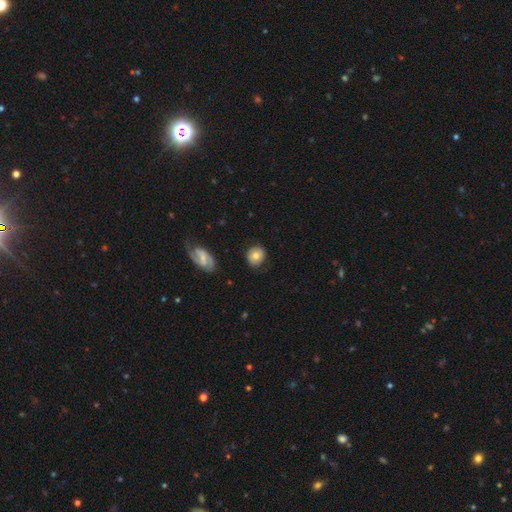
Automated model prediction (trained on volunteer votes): Smooth or featured: smooth — 67% (featured or disk — 25%)
How rounded: round — 75% (in between — 24%)
Merging: none — 79% (minor disturbance — 15%)